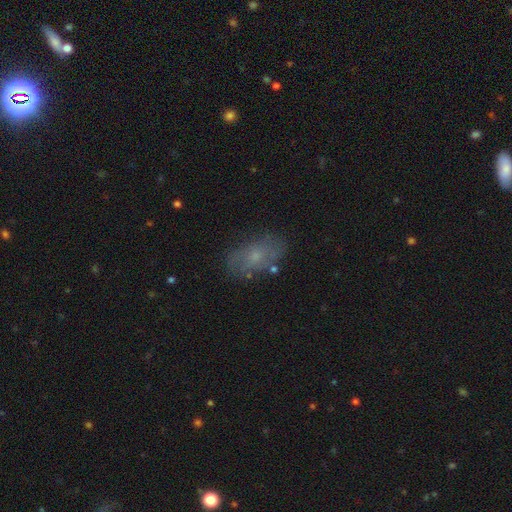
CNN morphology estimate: The model was most divided on "smooth or featured": smooth: 54%, featured or disk: 35%, star or artifact: 12%. More confident: how rounded — in between (89%); merging — none (73%).